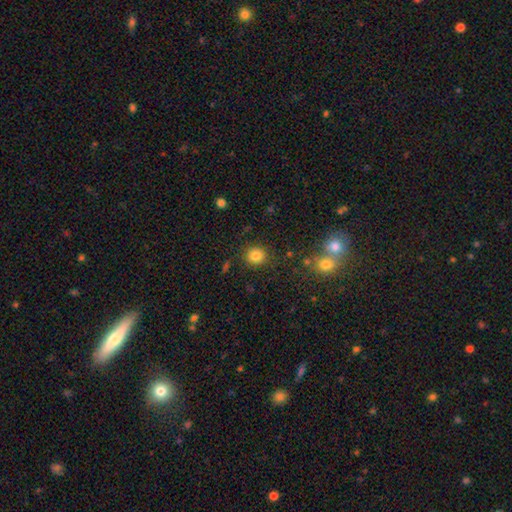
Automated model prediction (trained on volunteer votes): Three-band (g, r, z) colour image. It shows a smooth galaxy with no disk features (82%) that is round (87%). Merging: none (88%).